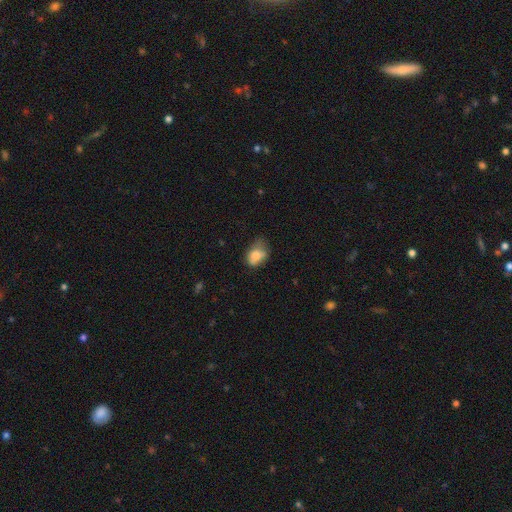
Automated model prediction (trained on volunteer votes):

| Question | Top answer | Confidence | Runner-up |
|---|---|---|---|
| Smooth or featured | smooth | 76% | featured or disk (15%) |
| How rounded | in between | 76% | round (23%) |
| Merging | minor disturbance | 40% | tied: none (40%) |